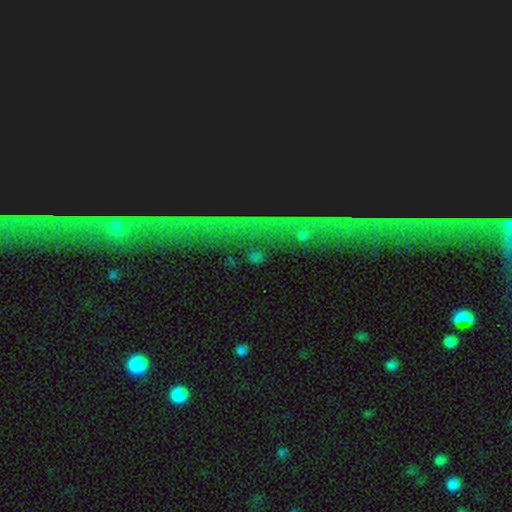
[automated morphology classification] Overall: star or artifact (62%; smooth 24%).